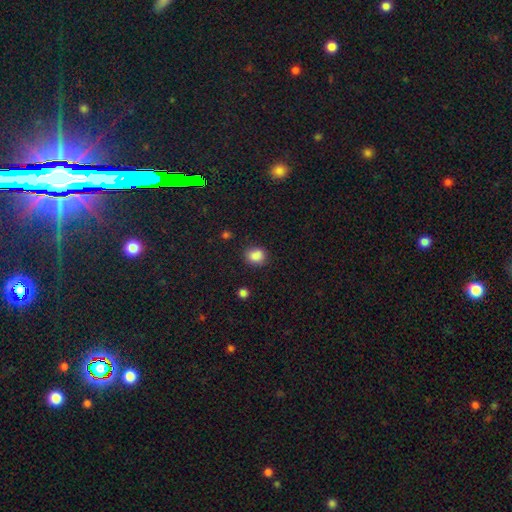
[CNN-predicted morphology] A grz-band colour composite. It shows a smooth galaxy with no disk features (86%) that is round (59%). Merging: none (82%).